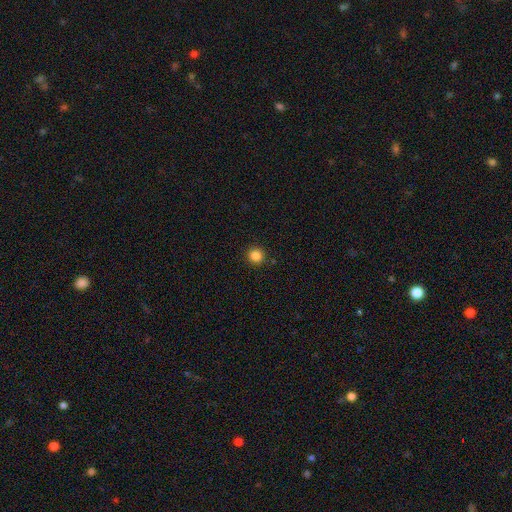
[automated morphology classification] smooth_or_featured: smooth (p=0.85) [alt: star or artifact p=0.11]
how_rounded: round (p=0.94) [alt: in between p=0.05]
merging: none (p=0.91) [alt: minor disturbance p=0.05]